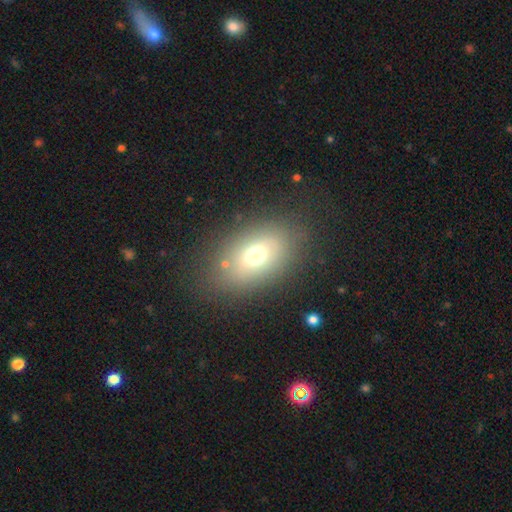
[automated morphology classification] Overall: smooth (67%). How rounded: in between (80%). Merging: none (78%).